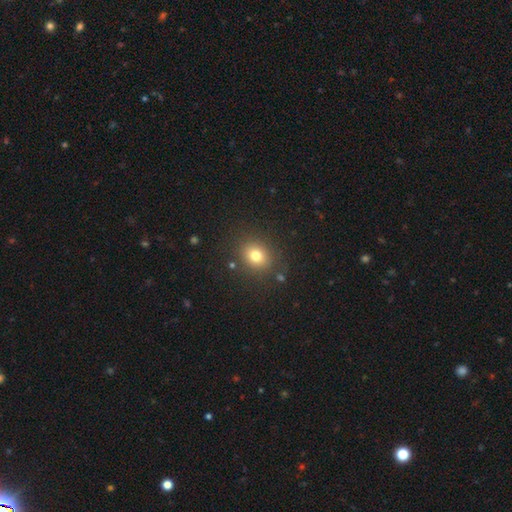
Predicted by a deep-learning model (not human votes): Smooth or featured: smooth — 77% (star or artifact — 14%)
How rounded: round — 67% (in between — 32%)
Merging: none — 86% (minor disturbance — 9%)